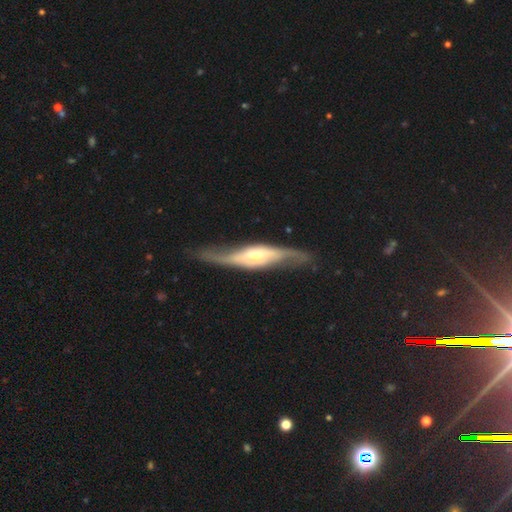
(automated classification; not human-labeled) smooth-or-featured: featured or disk: 80% | smooth: 15% | star or artifact: 5%
  disk-edge-on: no: 53% | yes: 47%
  merging: none: 72% | minor disturbance: 17% | major disturbance: 9% | merger: 2%